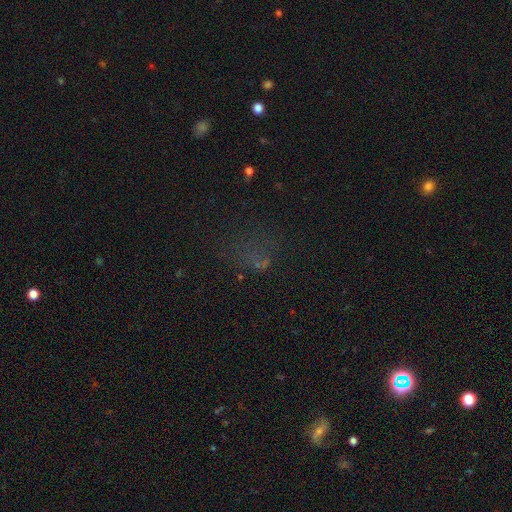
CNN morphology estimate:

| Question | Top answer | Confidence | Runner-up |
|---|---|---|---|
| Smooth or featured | star or artifact | 45% | smooth (35%) |